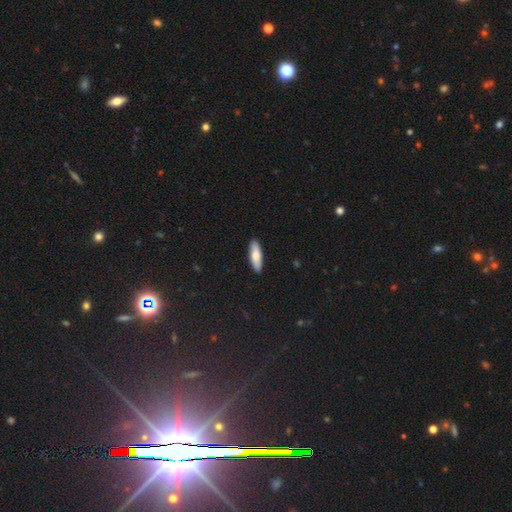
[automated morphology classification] A smooth galaxy with no disk features (76%) that is cigar-shaped (52%). Merging: none (89%).